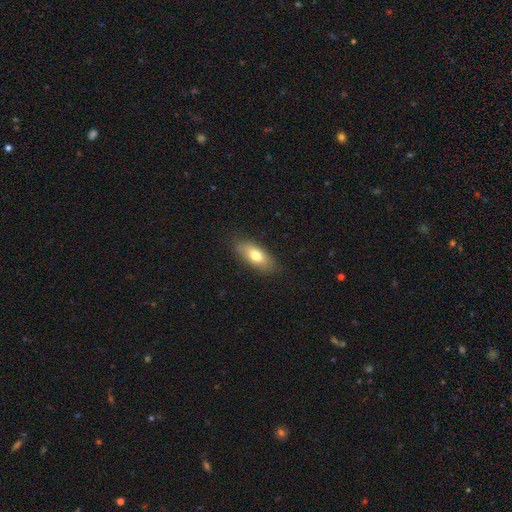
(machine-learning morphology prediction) A smooth galaxy with no disk features (72%) that is in between round and cigar-shaped (81%). Merging: none (80%).